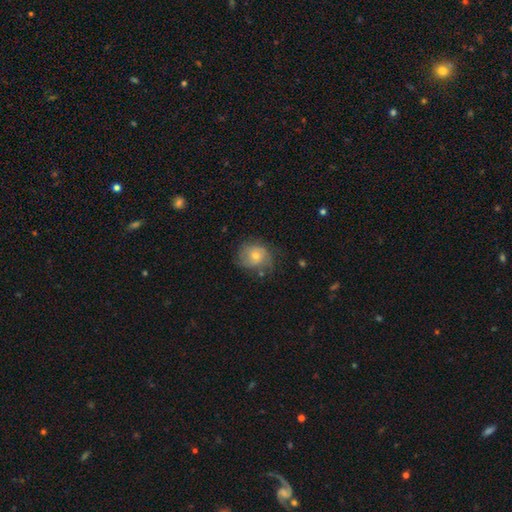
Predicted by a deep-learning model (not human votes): Overall: featured or disk (45%; smooth 44%). Merging: none (64%).